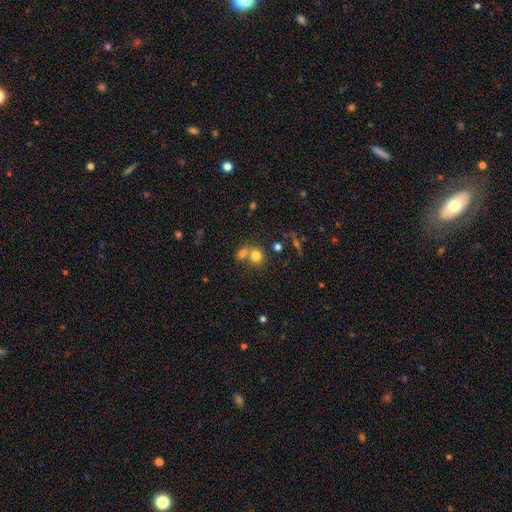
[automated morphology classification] A smooth galaxy with no disk features (76%) that is round (79%).

Vote fractions:
- Smooth or featured? smooth: 76% / star or artifact: 13% / featured or disk: 11%
- How rounded? round: 79% / in between: 20% / cigar-shaped: 1%
- Merging? merger: 47% / none: 42% / minor disturbance: 7% / major disturbance: 4%